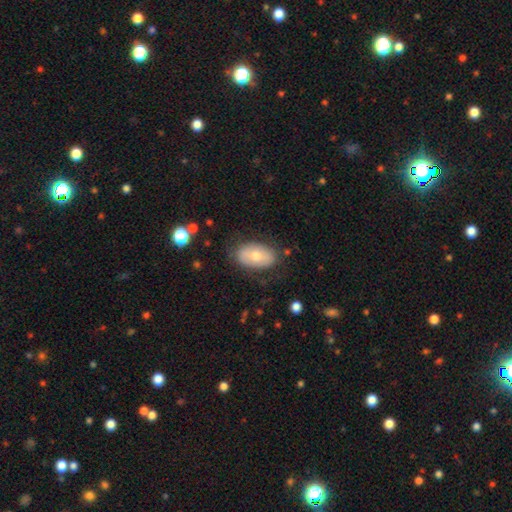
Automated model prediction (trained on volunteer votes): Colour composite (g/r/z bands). It shows a smooth galaxy with no disk features (67%) that is in between round and cigar-shaped (91%). Merging: none (76%).